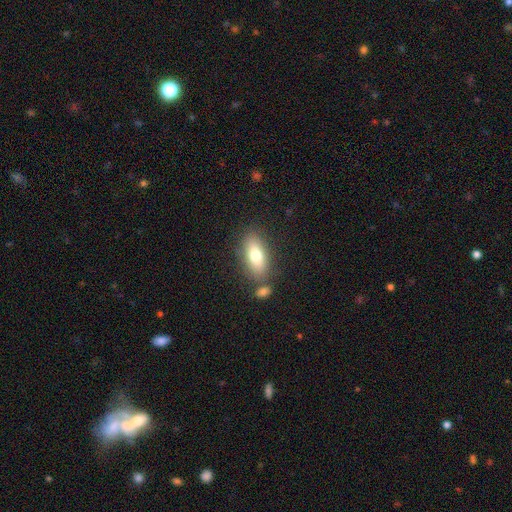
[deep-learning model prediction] This is likely a smooth galaxy (75%). How rounded: clearly in between (84%). Merging: likely none (73%).